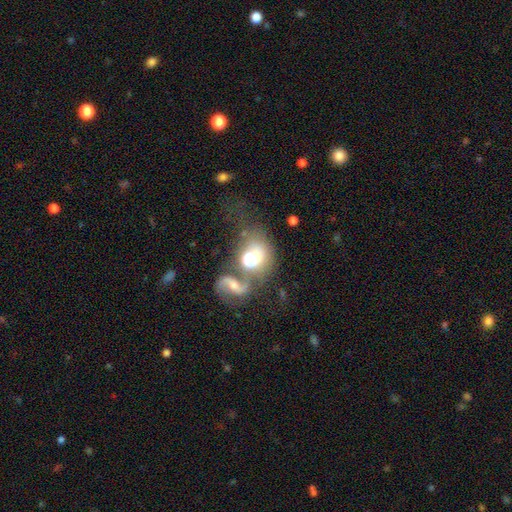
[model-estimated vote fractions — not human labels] Q: Smooth or featured?
A: smooth (42%); runner-up: featured or disk (38%)
Q: Merging?
A: merger (37%); runner-up: none (35%)